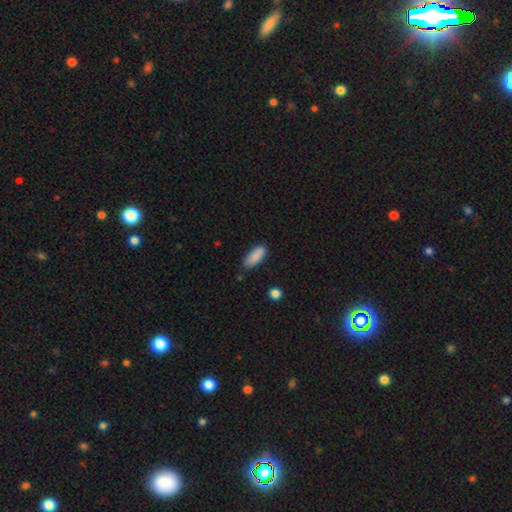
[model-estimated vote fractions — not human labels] This is clearly a smooth galaxy (88%). How rounded: likely in between (70%). Merging: likely none (77%).